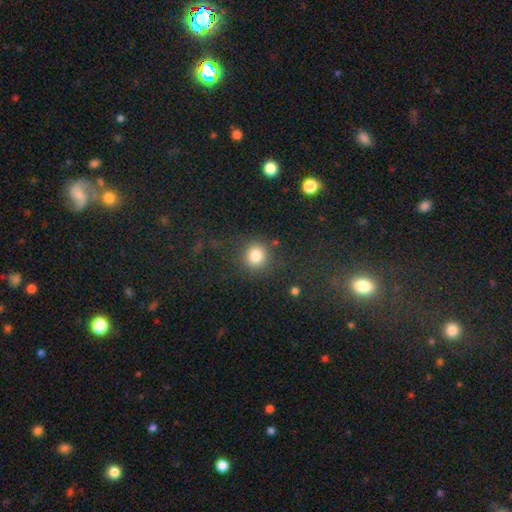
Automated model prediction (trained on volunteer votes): Smooth or featured? smooth (83%)
How rounded? round (88%)
Merging? none (81%)